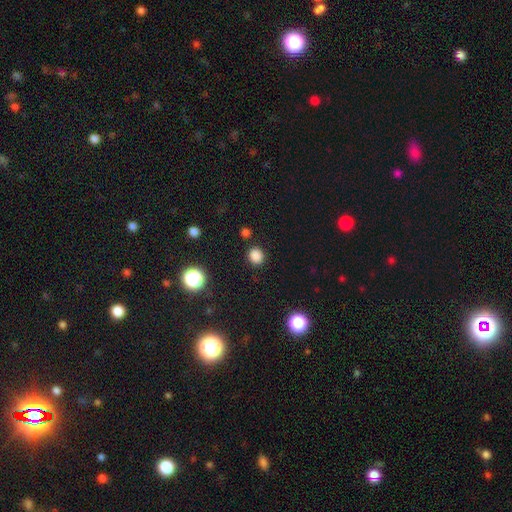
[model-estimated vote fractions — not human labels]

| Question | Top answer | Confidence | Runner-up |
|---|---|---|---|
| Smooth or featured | smooth | 83% | star or artifact (13%) |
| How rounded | round | 77% | in between (22%) |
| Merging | none | 87% | minor disturbance (8%) |